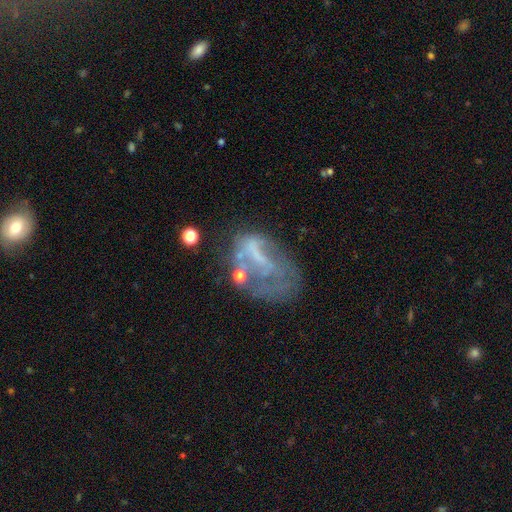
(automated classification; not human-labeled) Morphology: type=featured or disk (60%); edge-on=no (96%); bar=no (53%); spiral arms=no (71%); bulge=none (61%); merging=major disturbance (36%).